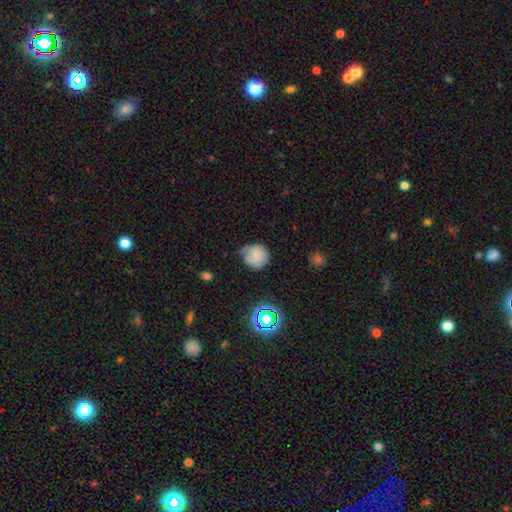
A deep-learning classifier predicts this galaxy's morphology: smooth 73%, featured or disk 14%, star or artifact 13%. Down the decision tree: how rounded — round (89%); merging — none (57%).